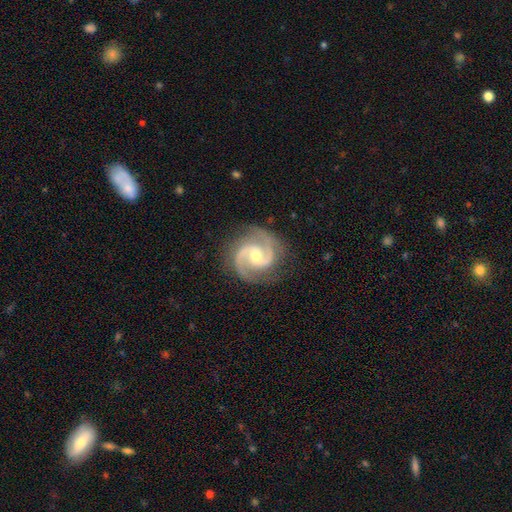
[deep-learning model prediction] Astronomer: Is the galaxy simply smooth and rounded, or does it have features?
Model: featured or disk — 93%.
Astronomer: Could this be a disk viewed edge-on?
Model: no — 98%.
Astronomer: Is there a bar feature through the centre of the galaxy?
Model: no — 49% (runner-up: weak, 39%).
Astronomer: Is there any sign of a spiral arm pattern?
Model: yes — 99%.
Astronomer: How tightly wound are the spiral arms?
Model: medium — 60%.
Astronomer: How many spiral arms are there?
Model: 2 — 92%.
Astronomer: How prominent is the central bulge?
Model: moderate — 57% (runner-up: small, 40%).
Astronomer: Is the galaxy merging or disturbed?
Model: none — 84%.